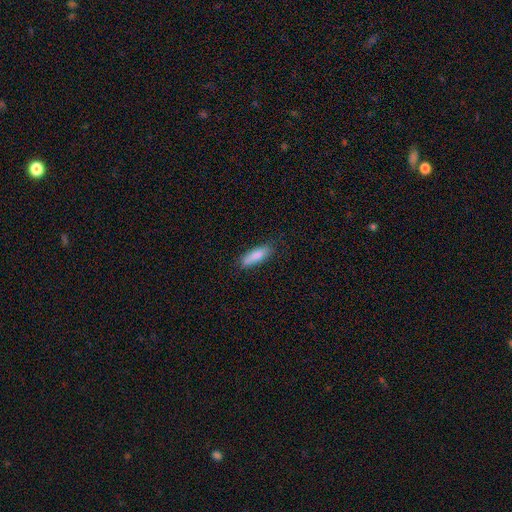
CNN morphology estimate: smooth_or_featured: smooth (p=0.85) [alt: featured or disk p=0.09]
how_rounded: in between (p=0.51) [alt: cigar-shaped p=0.47]
merging: none (p=0.80) [alt: minor disturbance p=0.15]